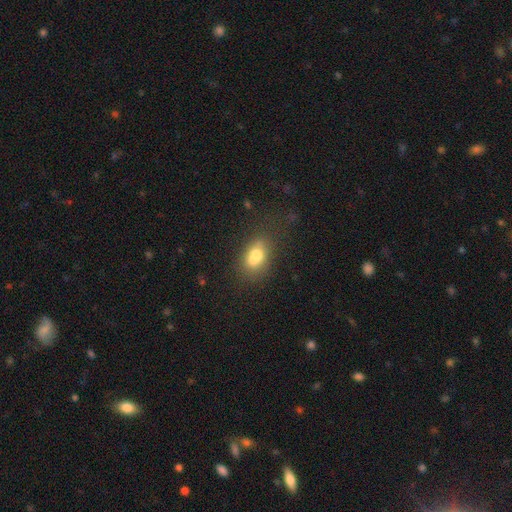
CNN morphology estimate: Smooth or featured: smooth — 69% (featured or disk — 21%)
How rounded: in between — 76% (round — 20%)
Merging: none — 46% (merger — 24%)